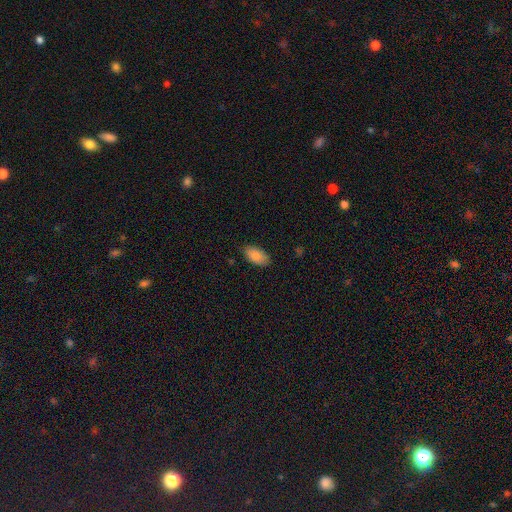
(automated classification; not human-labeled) This is clearly a smooth galaxy (87%). How rounded: clearly in between (94%). Merging: clearly none (84%).